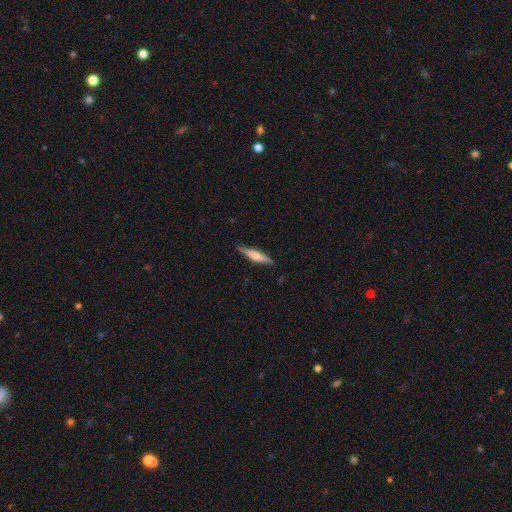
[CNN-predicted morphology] A smooth galaxy with no disk features (50%) that is cigar-shaped (86%). Merging: none (88%).